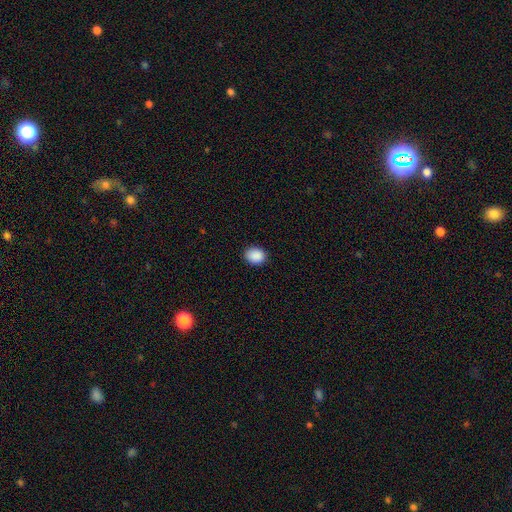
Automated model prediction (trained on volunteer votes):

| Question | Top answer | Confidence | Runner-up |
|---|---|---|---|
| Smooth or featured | smooth | 90% | star or artifact (8%) |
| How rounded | in between | 51% | round (48%) |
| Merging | none | 89% | minor disturbance (8%) |